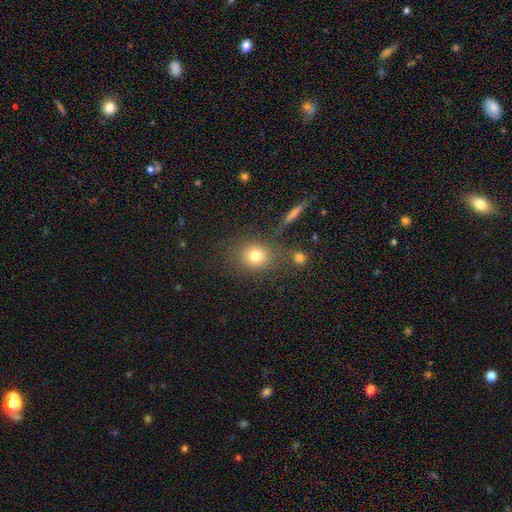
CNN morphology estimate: Smooth or featured? smooth (79%)
How rounded? round (70%)
Merging? none (73%)